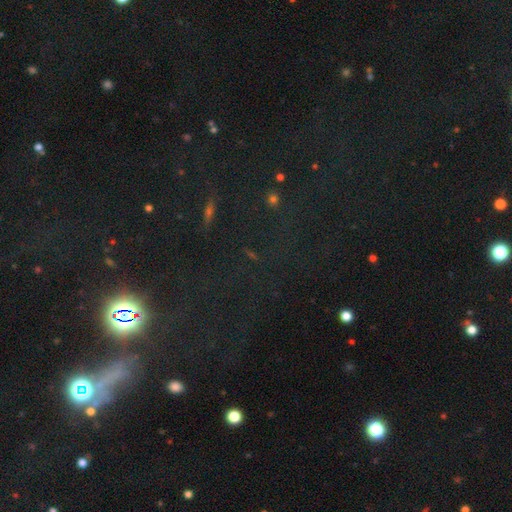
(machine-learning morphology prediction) Smooth or featured? star or artifact (69%)